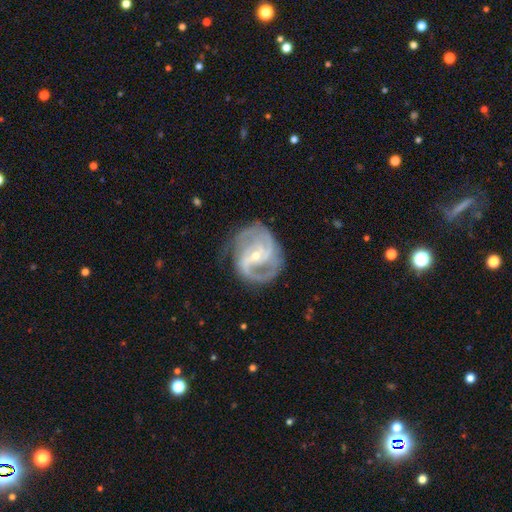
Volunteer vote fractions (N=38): Q: Smooth or featured?
A: featured or disk (92%); runner-up: star or artifact (5%)
Q: Edge-on disk?
A: no (97%); runner-up: yes (3%)
Q: Bar?
A: weak (53%); runner-up: strong (29%)
Q: Spiral arms?
A: yes (100%)
Q: Spiral winding?
A: medium (59%); runner-up: tight (32%)
Q: Spiral arm count?
A: 2 (91%); runner-up: 3 (6%)
Q: Bulge size?
A: small (62%); runner-up: moderate (38%)
Q: Merging?
A: none (44%); runner-up: minor disturbance (28%)